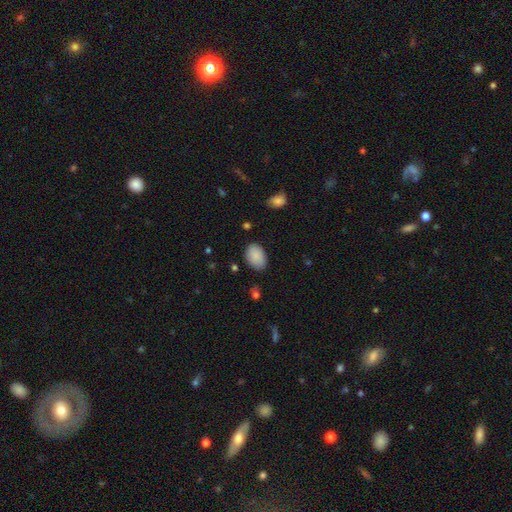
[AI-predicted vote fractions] smooth_or_featured: smooth (p=0.88) [alt: star or artifact p=0.07]
how_rounded: in between (p=0.88) [alt: round p=0.11]
merging: none (p=0.81) [alt: minor disturbance p=0.14]